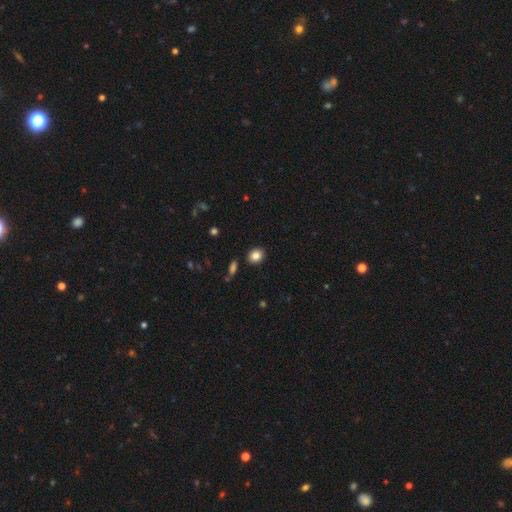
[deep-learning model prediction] This is clearly a smooth galaxy (85%). How rounded: likely round (61%). Merging: clearly none (88%).